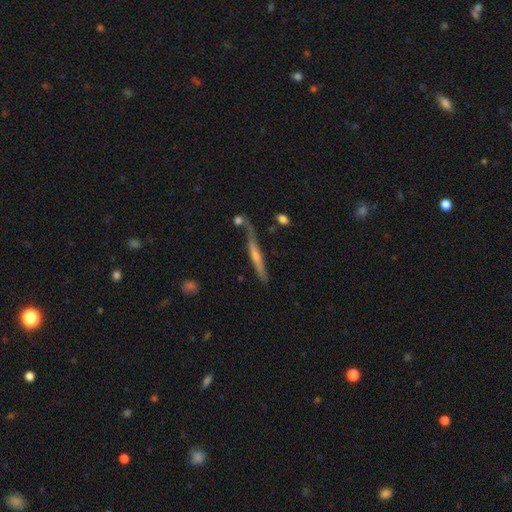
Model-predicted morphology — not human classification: Smooth or featured: featured or disk — 71% (smooth — 18%)
Edge-on disk: yes — 93% (no — 7%)
Edge-on bulge: rounded — 76% (none — 16%)
Merging: none — 76% (minor disturbance — 14%)